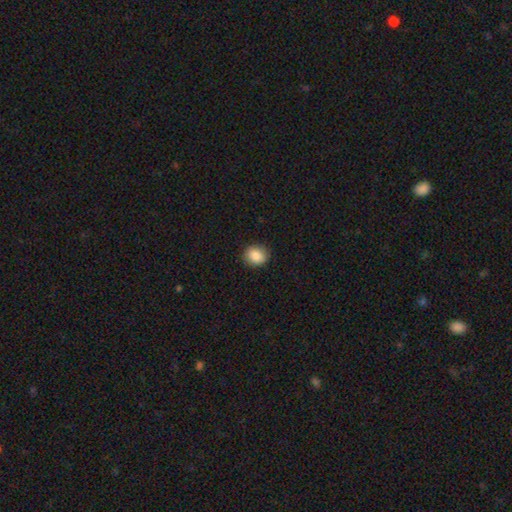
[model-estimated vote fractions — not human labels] smooth 87%, star or artifact 9%, featured or disk 4%. Down the decision tree: how rounded — round (74%); merging — none (89%).